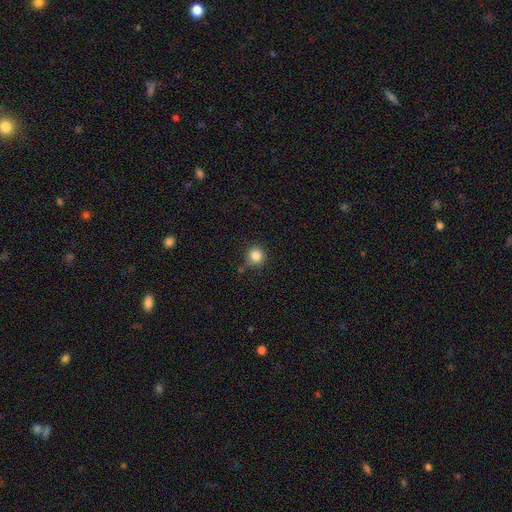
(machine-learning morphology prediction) smooth_or_featured: smooth (p=0.84) [alt: star or artifact p=0.11]
how_rounded: round (p=0.93) [alt: in between p=0.06]
merging: none (p=0.82) [alt: minor disturbance p=0.11]